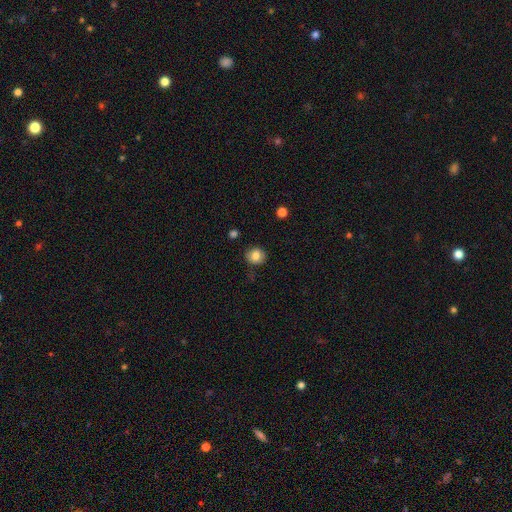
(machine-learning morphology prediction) Smooth or featured? smooth (81%)
How rounded? round (80%)
Merging? none (85%)